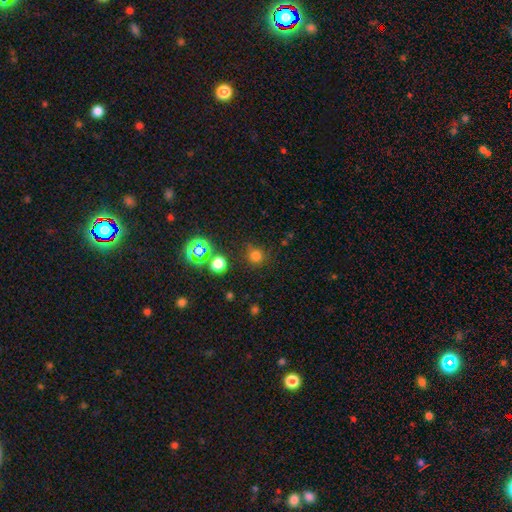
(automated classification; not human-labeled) smooth 73%, star or artifact 22%, featured or disk 5%. Down the decision tree: how rounded — round (92%); merging — none (81%).